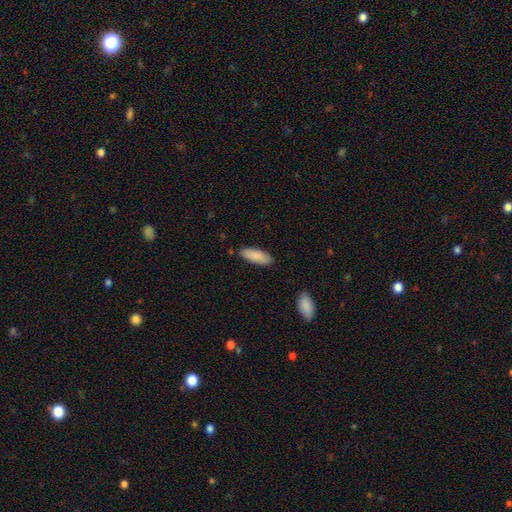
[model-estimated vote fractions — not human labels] Smooth or featured? smooth (88%)
How rounded? in between (68%)
Merging? none (86%)